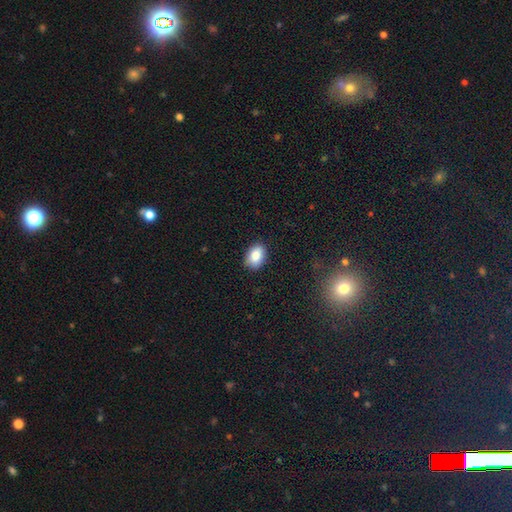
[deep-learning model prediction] A smooth galaxy with no disk features (86%) that is in between round and cigar-shaped (83%).

Vote fractions:
- Smooth or featured? smooth: 86% / star or artifact: 8% / featured or disk: 6%
- How rounded? in between: 83% / round: 16% / cigar-shaped: 1%
- Merging? none: 85% / minor disturbance: 12% / major disturbance: 2% / merger: 1%